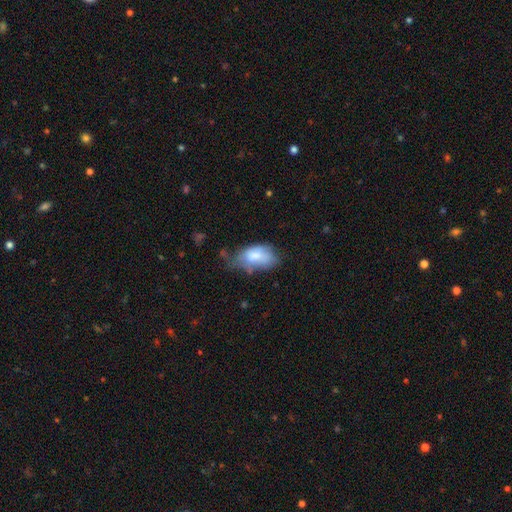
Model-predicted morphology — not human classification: Smooth or featured? Predicted: smooth (p=0.72). How rounded? Predicted: in between (p=0.93). Merging? Predicted: minor disturbance (p=0.40).